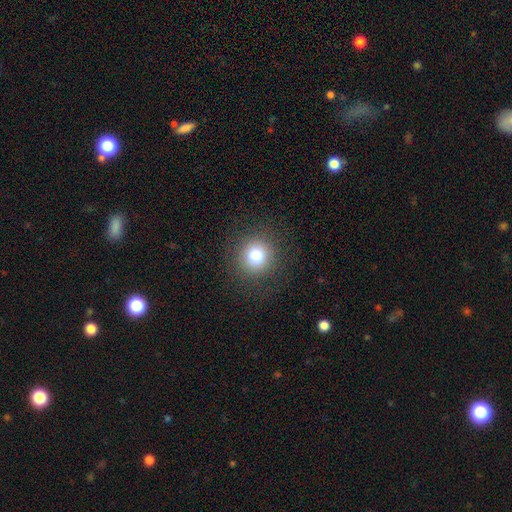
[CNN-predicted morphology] smooth_or_featured: smooth (p=0.78) [alt: star or artifact p=0.14]
how_rounded: round (p=0.93) [alt: in between p=0.06]
merging: none (p=0.89) [alt: minor disturbance p=0.06]